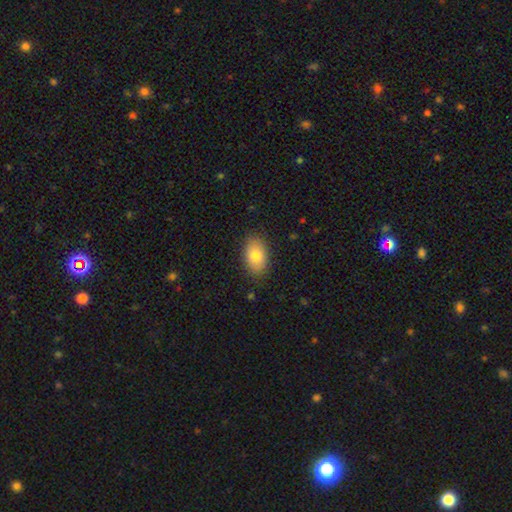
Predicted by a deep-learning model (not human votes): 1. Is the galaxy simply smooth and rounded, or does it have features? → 79% smooth, 13% featured or disk, 8% star or artifact.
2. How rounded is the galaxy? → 88% in between, 11% round, 1% cigar-shaped.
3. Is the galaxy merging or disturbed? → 85% none, 11% minor disturbance, 3% major disturbance, 1% merger.